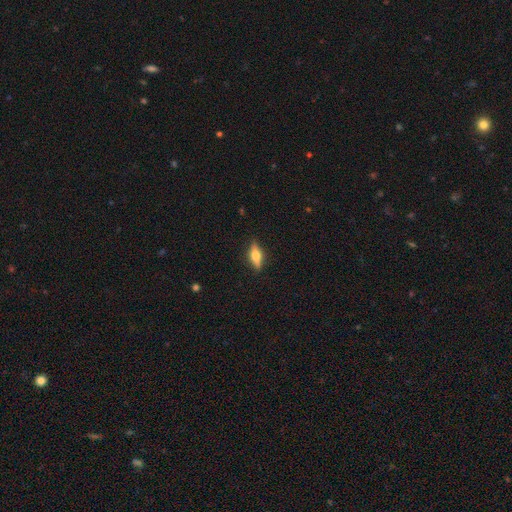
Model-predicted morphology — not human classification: This is possibly a featured or disk galaxy (47%). Merging: clearly none (86%).